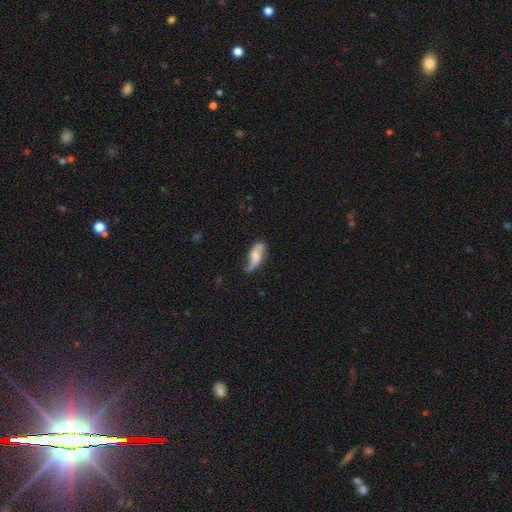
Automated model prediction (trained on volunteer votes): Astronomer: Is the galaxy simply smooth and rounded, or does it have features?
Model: featured or disk — 57% (runner-up: smooth, 36%).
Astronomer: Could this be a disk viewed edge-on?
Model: no — 88%.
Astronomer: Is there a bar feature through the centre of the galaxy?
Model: no — 55% (runner-up: weak, 35%).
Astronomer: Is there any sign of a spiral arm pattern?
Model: yes — 89%.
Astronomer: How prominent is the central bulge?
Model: moderate — 35% (runner-up: small, 29%).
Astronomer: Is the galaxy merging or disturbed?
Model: none — 56%.